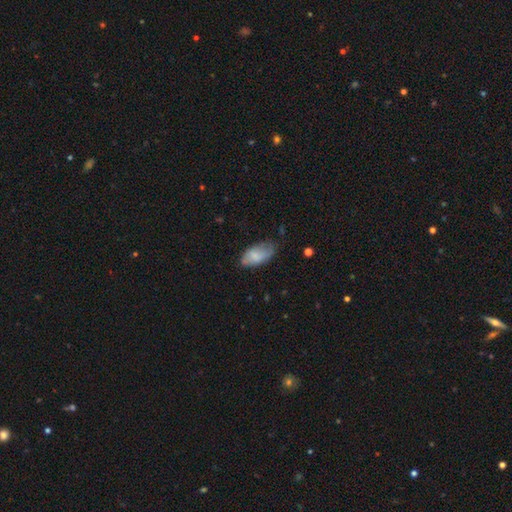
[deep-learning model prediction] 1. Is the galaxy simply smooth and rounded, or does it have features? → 76% smooth, 17% featured or disk, 7% star or artifact.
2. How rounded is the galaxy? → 94% in between, 3% cigar-shaped, 3% round.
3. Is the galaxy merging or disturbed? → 57% none, 32% minor disturbance, 9% major disturbance, 2% merger.